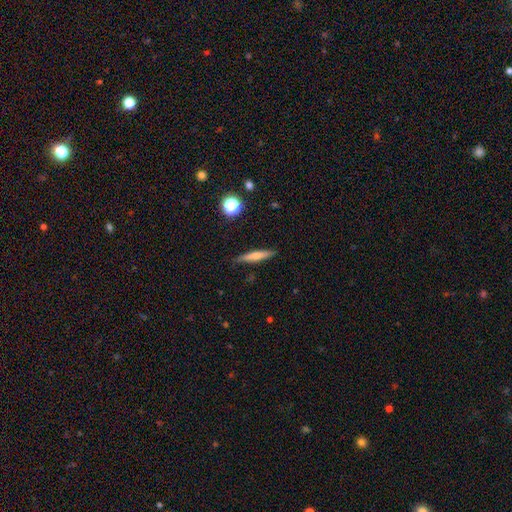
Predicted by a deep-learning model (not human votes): Smooth or featured: smooth — 54% (featured or disk — 38%)
How rounded: cigar-shaped — 90% (in between — 8%)
Merging: none — 86% (minor disturbance — 10%)